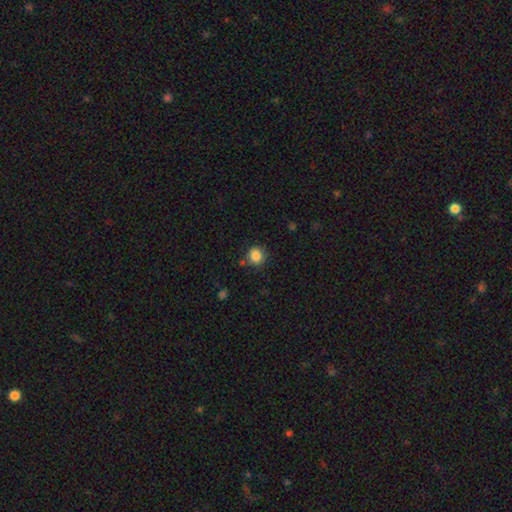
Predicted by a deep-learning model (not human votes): Smooth or featured? smooth (86%)
How rounded? round (85%)
Merging? none (81%)